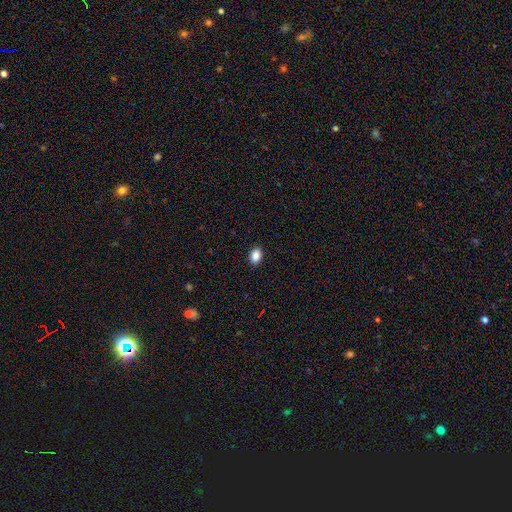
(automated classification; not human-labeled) Smooth or featured: smooth — 88% (star or artifact — 9%)
How rounded: in between — 79% (round — 20%)
Merging: none — 90% (minor disturbance — 7%)